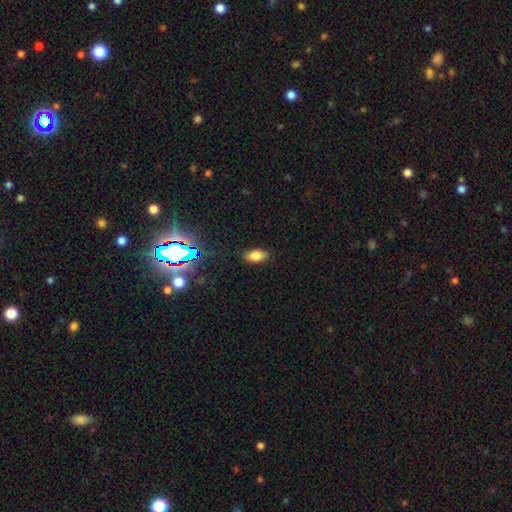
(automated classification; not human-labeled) smooth_or_featured: smooth (p=0.78) [alt: star or artifact p=0.14]
how_rounded: in between (p=0.91) [alt: round p=0.05]
merging: none (p=0.87) [alt: minor disturbance p=0.10]